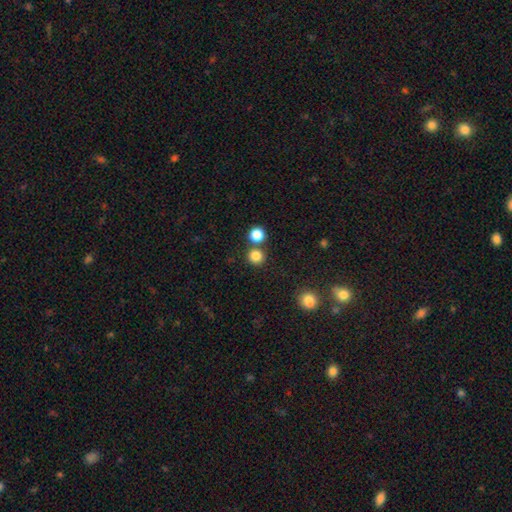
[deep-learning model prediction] smooth-or-featured: smooth: 83% | star or artifact: 13% | featured or disk: 4%
  how-rounded: round: 92% | in between: 7% | cigar-shaped: 1%
  merging: none: 76% | merger: 15% | minor disturbance: 6% | major disturbance: 2%